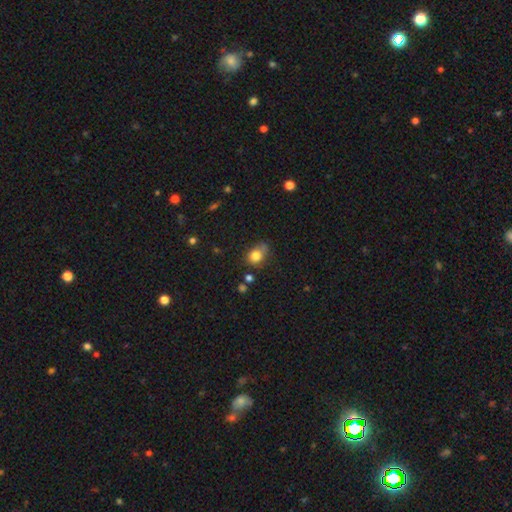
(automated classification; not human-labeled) Smooth or featured: smooth — 81% (star or artifact — 11%)
How rounded: round — 52% (in between — 47%)
Merging: none — 54% (minor disturbance — 29%)